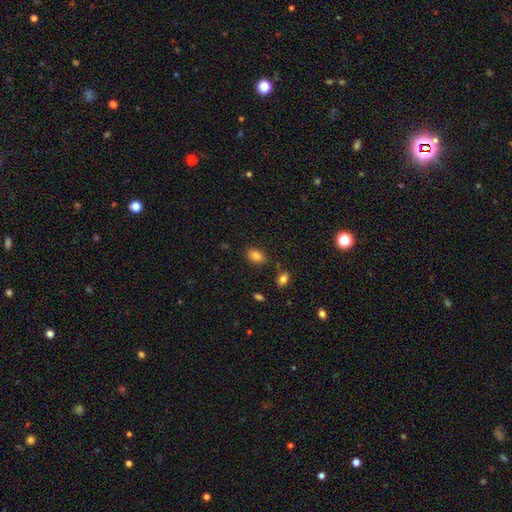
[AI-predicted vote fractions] Smooth or featured? Predicted: smooth (p=0.84). How rounded? Predicted: in between (p=0.84). Merging? Predicted: none (p=0.81).